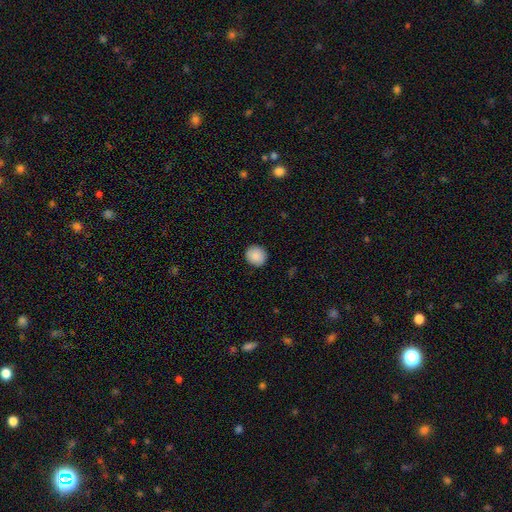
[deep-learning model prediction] A smooth galaxy with no disk features (89%) that is round (88%). Merging: none (90%).